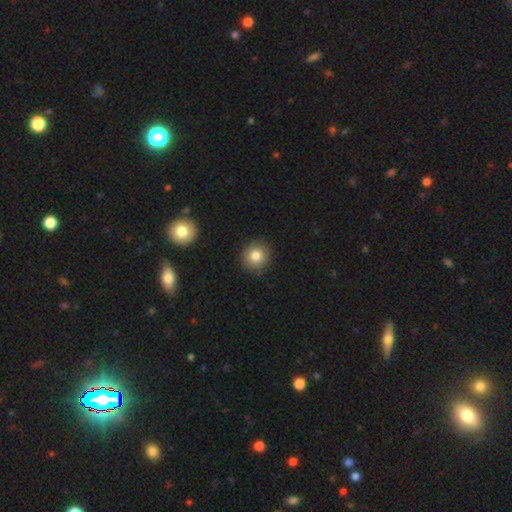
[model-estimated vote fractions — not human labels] Overall: smooth (82%). How rounded: round (91%). Merging: none (89%).